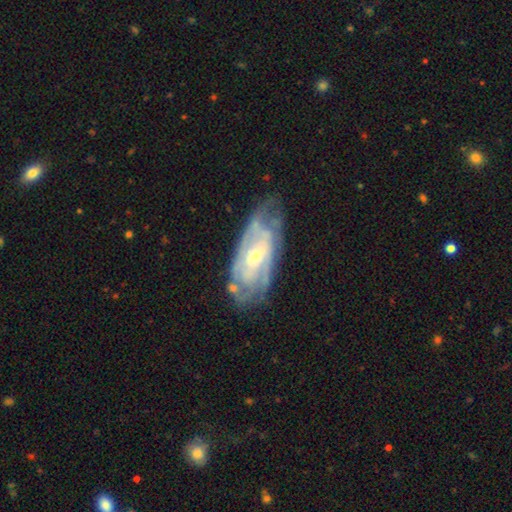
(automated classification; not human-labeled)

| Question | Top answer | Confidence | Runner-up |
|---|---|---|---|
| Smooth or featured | featured or disk | 81% | smooth (13%) |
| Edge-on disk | no | 92% | yes (8%) |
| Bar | no | 42% | tied: weak (42%) |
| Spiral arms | yes | 86% | no (14%) |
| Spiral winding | tight | 58% | medium (33%) |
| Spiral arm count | can't tell | 45% | 2 (30%) |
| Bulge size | small | 65% | moderate (32%) |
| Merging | none | 61% | minor disturbance (25%) |